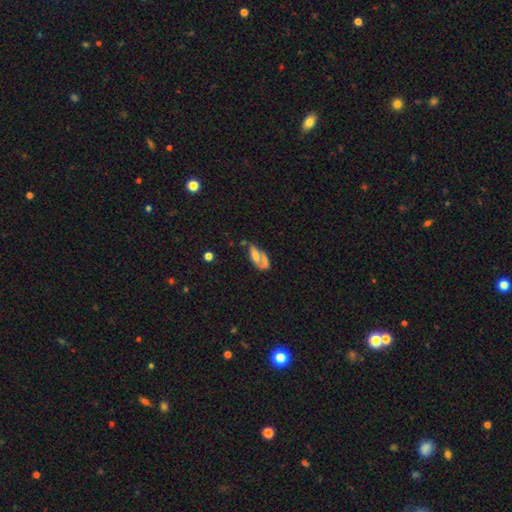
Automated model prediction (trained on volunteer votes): This is possibly a smooth galaxy (46%). Merging: marginally none (29%, tied with merger).